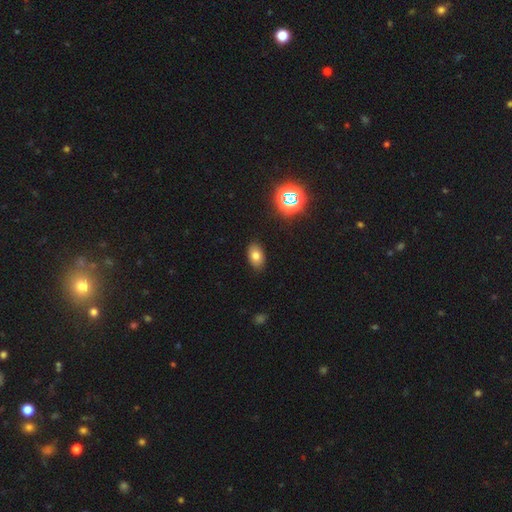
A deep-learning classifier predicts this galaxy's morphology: A smooth galaxy with no disk features (75%) that is in between round and cigar-shaped (89%).

Vote fractions:
- Smooth or featured? smooth: 75% / star or artifact: 15% / featured or disk: 11%
- How rounded? in between: 89% / round: 10% / cigar-shaped: 1%
- Merging? none: 87% / minor disturbance: 9% / major disturbance: 2% / merger: 1%